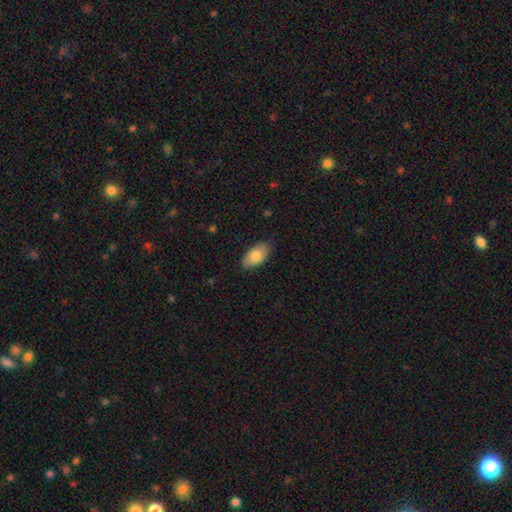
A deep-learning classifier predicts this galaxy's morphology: This is clearly a smooth galaxy (82%). How rounded: clearly in between (94%). Merging: clearly none (81%).